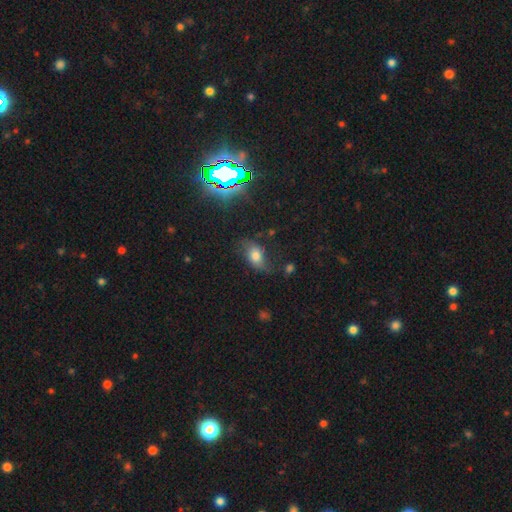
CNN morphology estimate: Smooth or featured? smooth (60%)
How rounded? in between (84%)
Merging? none (60%)